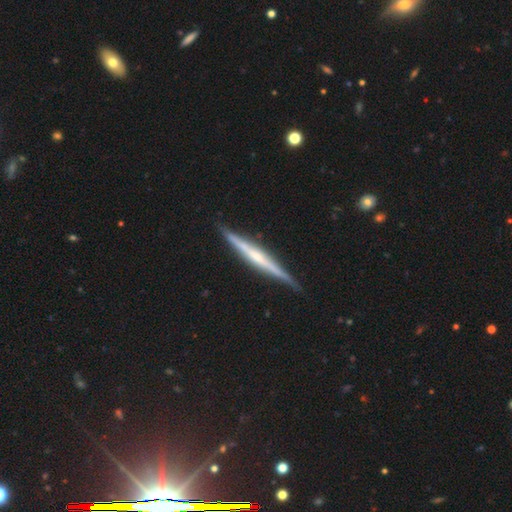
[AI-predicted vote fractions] This appears to be a featured or disk galaxy (74%) viewed edge-on (98%) with a rounded central bulge (46%). Merging: none (88%).